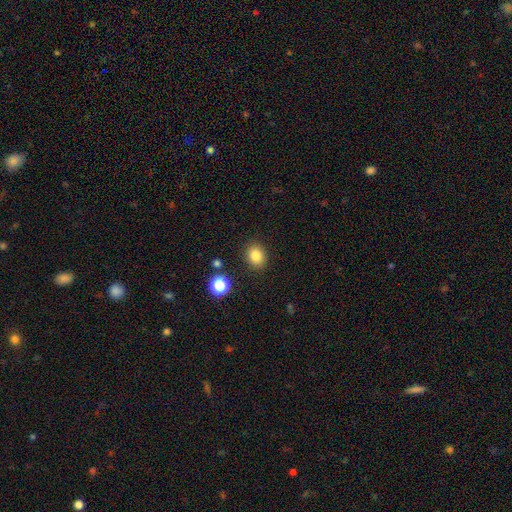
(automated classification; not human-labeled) Smooth or featured?
  - smooth: 83% *
  - star or artifact: 11%
  - featured or disk: 6%
How rounded?
  - round: 57% *
  - in between: 42%
  - cigar-shaped: 1%
Merging?
  - none: 88% *
  - minor disturbance: 8%
  - major disturbance: 2%
  - merger: 2%